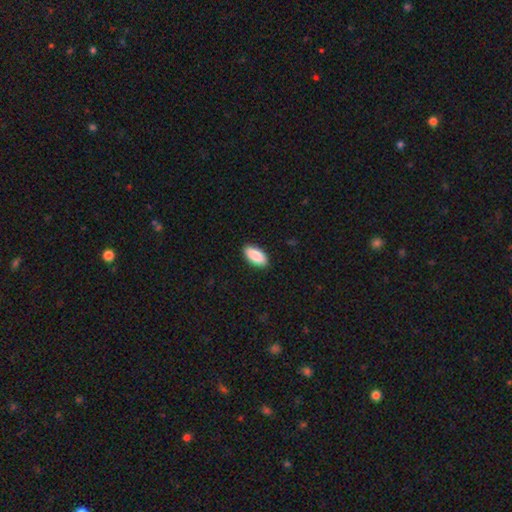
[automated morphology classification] smooth 90%, star or artifact 6%, featured or disk 5%. Down the decision tree: how rounded — in between (91%); merging — none (90%).